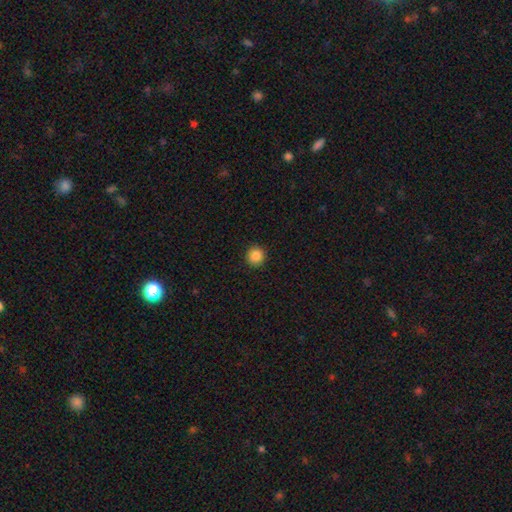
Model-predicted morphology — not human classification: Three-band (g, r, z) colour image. It shows a smooth galaxy with no disk features (87%) that is round (94%). Merging: none (93%).